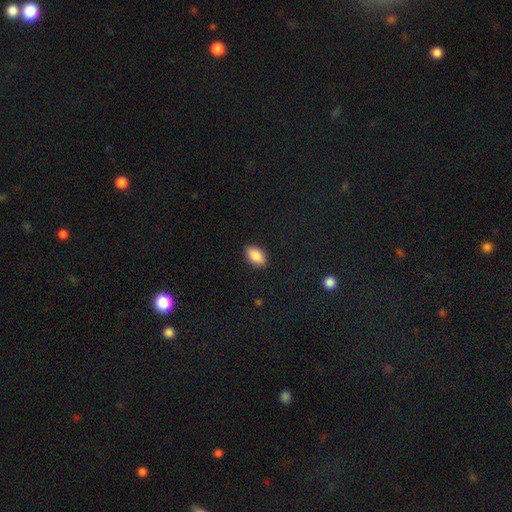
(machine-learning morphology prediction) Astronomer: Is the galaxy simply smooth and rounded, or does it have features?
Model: smooth — 88%.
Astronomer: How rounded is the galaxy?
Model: in between — 93%.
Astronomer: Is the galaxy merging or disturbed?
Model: none — 87%.